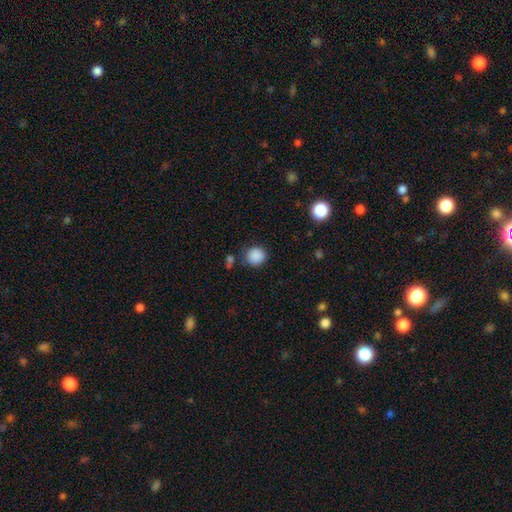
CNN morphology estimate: A smooth galaxy with no disk features (87%) that is round (85%).

Vote fractions:
- Smooth or featured? smooth: 87% / star or artifact: 10% / featured or disk: 3%
- How rounded? round: 85% / in between: 14% / cigar-shaped: 1%
- Merging? none: 80% / minor disturbance: 12% / merger: 4% / major disturbance: 4%